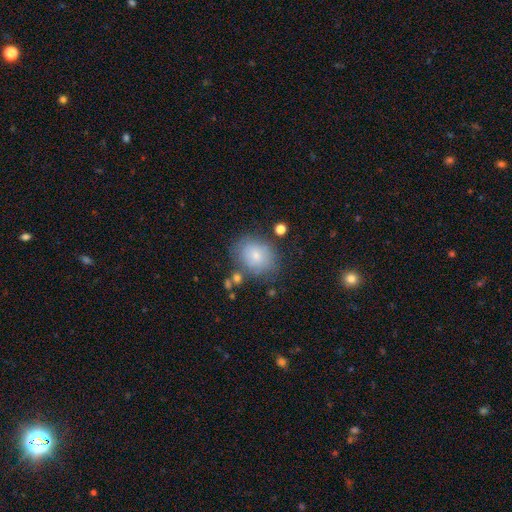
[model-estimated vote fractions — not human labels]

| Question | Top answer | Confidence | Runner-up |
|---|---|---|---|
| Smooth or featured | smooth | 75% | featured or disk (16%) |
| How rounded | round | 58% | in between (41%) |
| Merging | none | 68% | minor disturbance (19%) |